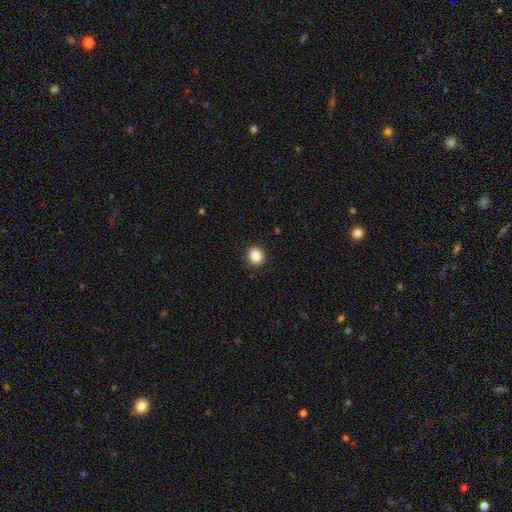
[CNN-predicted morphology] smooth-or-featured: smooth: 89% | star or artifact: 9% | featured or disk: 3%
  how-rounded: round: 62% | in between: 37% | cigar-shaped: 1%
  merging: none: 89% | minor disturbance: 8% | major disturbance: 2% | merger: 1%